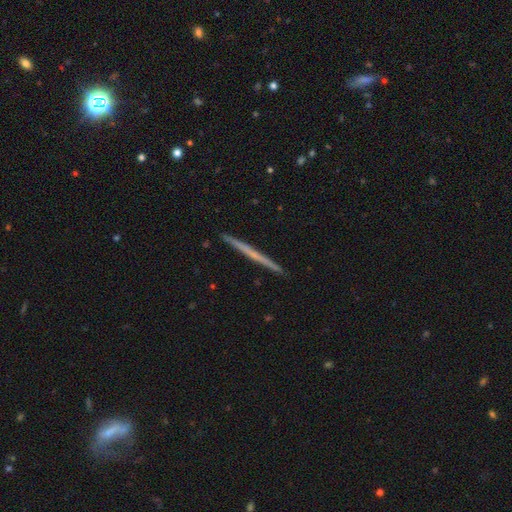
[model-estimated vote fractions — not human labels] A featured or disk galaxy (57%) viewed edge-on (98%) with no central bulge (88%). Merging: none (93%).